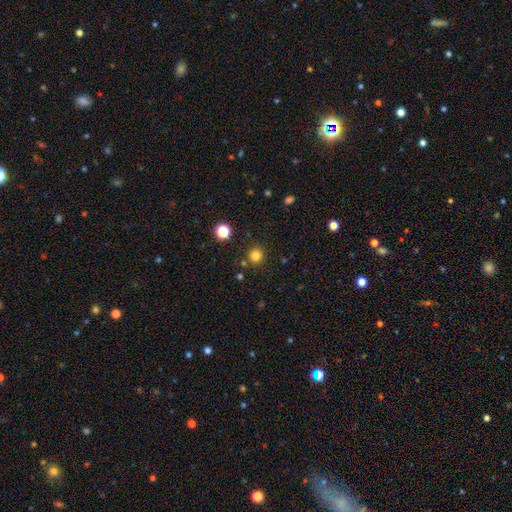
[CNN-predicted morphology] The model was most divided on "smooth or featured": smooth: 81%, star or artifact: 15%, featured or disk: 5%. More confident: how rounded — round (93%); merging — none (87%).